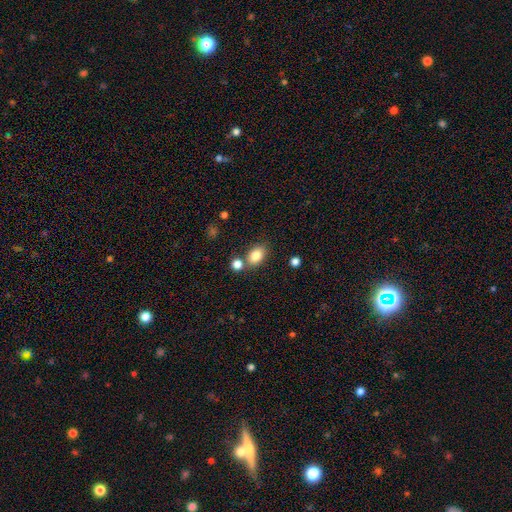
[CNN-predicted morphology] This is clearly a smooth galaxy (83%). How rounded: likely in between (79%). Merging: likely none (69%).